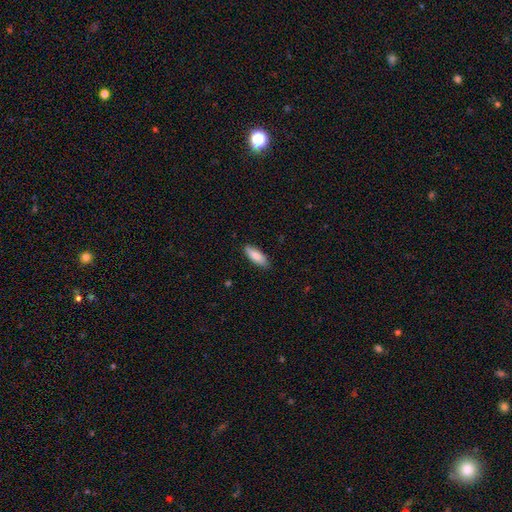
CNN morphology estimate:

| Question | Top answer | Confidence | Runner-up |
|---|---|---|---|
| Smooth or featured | smooth | 85% | featured or disk (9%) |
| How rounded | in between | 63% | cigar-shaped (35%) |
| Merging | none | 85% | minor disturbance (12%) |